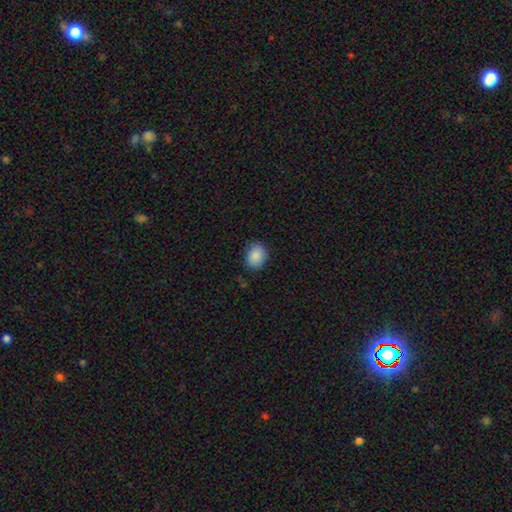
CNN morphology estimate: type=smooth (88%); roundness=in between (58%); merging=none (84%).